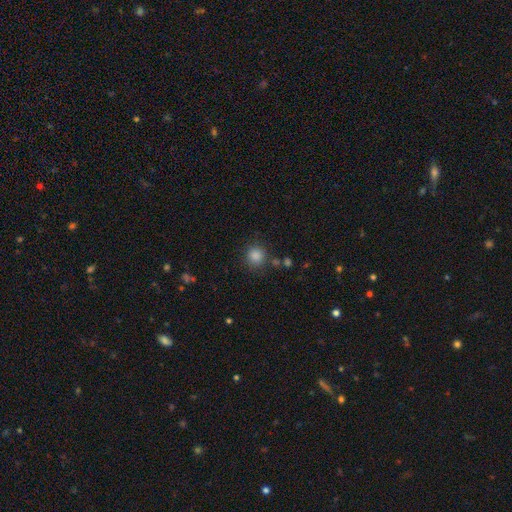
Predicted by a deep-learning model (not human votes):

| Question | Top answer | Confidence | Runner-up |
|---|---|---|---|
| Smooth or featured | smooth | 85% | star or artifact (11%) |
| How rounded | round | 90% | in between (9%) |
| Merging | none | 83% | minor disturbance (10%) |